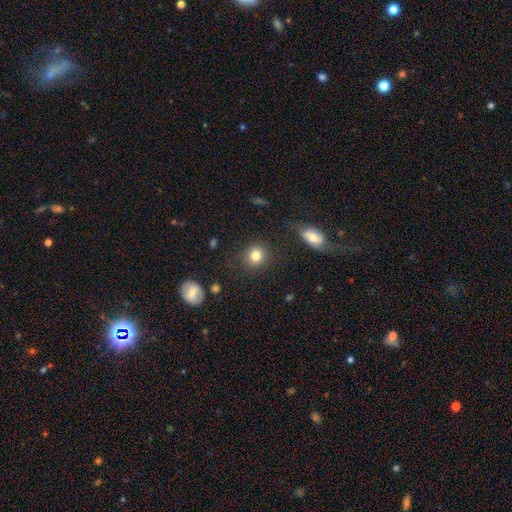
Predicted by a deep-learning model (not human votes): Smooth or featured?
  - smooth: 83% *
  - star or artifact: 10%
  - featured or disk: 7%
How rounded?
  - round: 81% *
  - in between: 18%
  - cigar-shaped: 1%
Merging?
  - none: 84% *
  - minor disturbance: 10%
  - major disturbance: 4%
  - merger: 3%